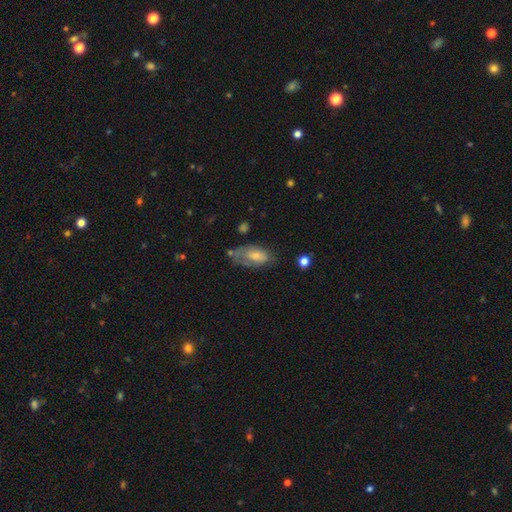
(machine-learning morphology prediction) Smooth or featured? smooth (63%)
How rounded? in between (91%)
Merging? none (37%)